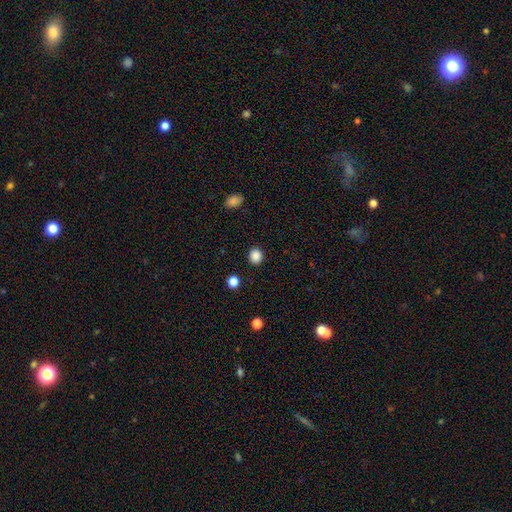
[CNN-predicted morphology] Smooth or featured?
  - smooth: 87% *
  - star or artifact: 10%
  - featured or disk: 3%
How rounded?
  - round: 82% *
  - in between: 17%
  - cigar-shaped: 1%
Merging?
  - none: 91% *
  - minor disturbance: 6%
  - major disturbance: 2%
  - merger: 1%